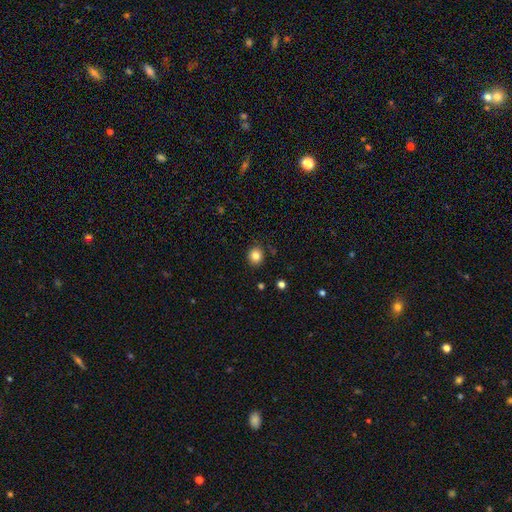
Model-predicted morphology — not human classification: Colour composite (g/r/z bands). It shows a smooth galaxy with no disk features (83%) that is round (76%). Merging: none (88%).